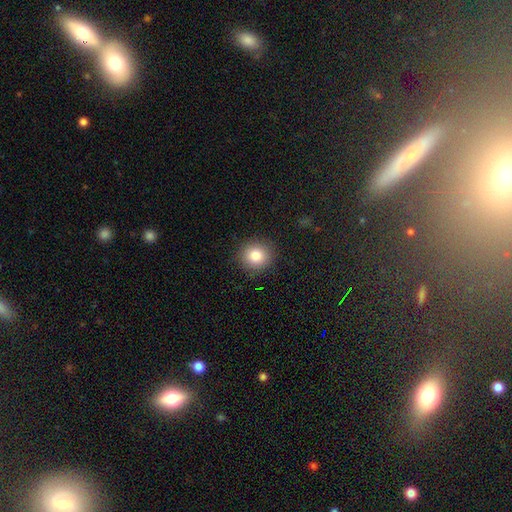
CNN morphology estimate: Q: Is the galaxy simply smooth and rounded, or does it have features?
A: smooth — 82%.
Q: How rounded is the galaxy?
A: round — 89%.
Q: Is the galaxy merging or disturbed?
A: none — 90%.